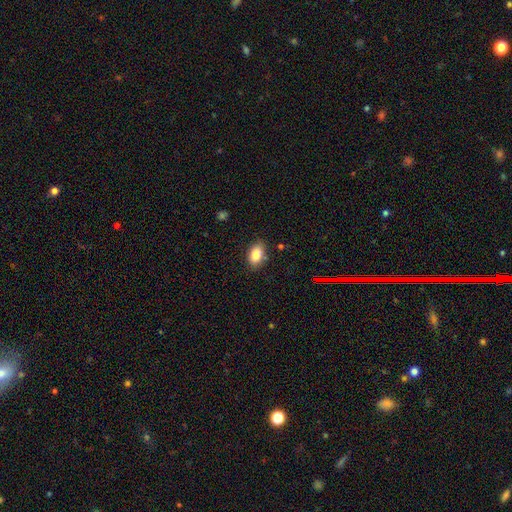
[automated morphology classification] This appears to be a smooth galaxy with no disk features (86%) that is in between round and cigar-shaped (90%). Merging: none (80%).